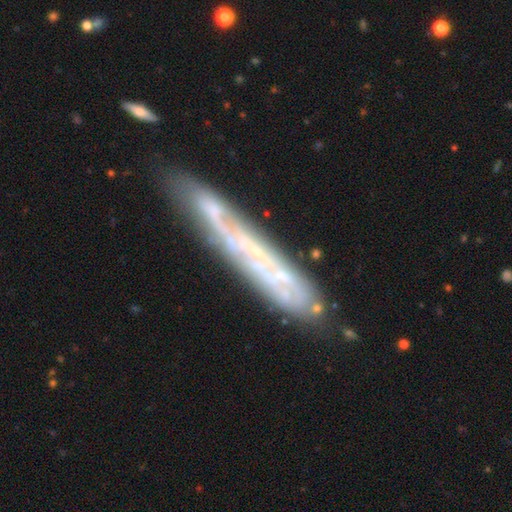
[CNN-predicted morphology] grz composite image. It shows a featured or disk galaxy (66%) viewed edge-on (64%). Merging: none (69%).